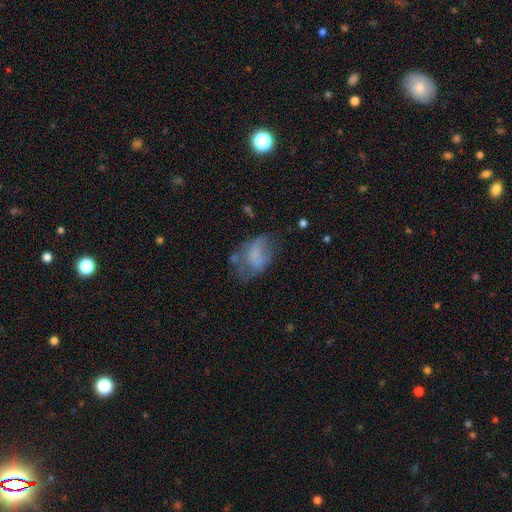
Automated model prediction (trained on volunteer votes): A smooth galaxy with no disk features (49%).

Vote fractions:
- Smooth or featured? smooth: 49% / featured or disk: 39% / star or artifact: 12%
- Merging? none: 35% / major disturbance: 31% / minor disturbance: 27% / merger: 7%